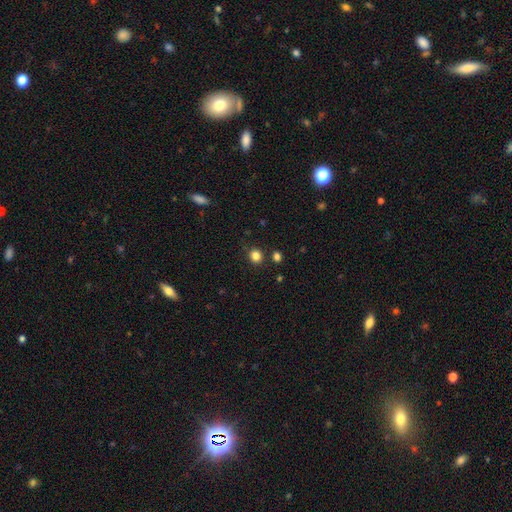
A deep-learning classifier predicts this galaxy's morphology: This is clearly a smooth galaxy (83%). How rounded: clearly round (84%). Merging: clearly none (86%).